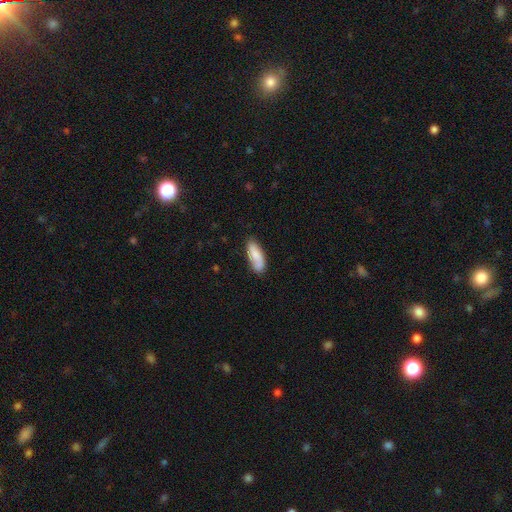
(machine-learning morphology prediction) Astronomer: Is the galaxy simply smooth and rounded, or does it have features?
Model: smooth — 76%.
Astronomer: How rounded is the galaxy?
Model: in between — 74%.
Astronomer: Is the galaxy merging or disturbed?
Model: none — 72%.